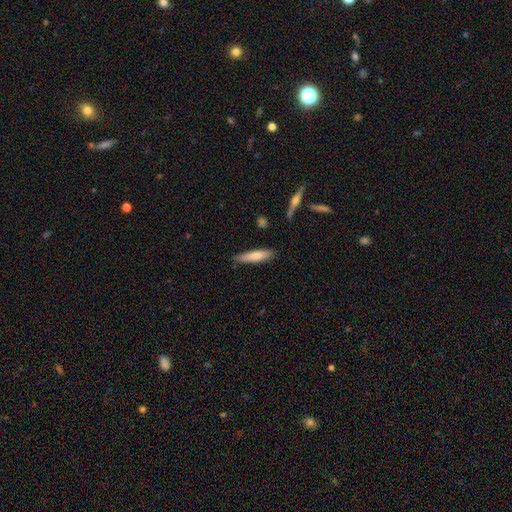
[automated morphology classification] This appears to be a smooth galaxy with no disk features (73%) that is cigar-shaped (81%). Merging: none (81%).